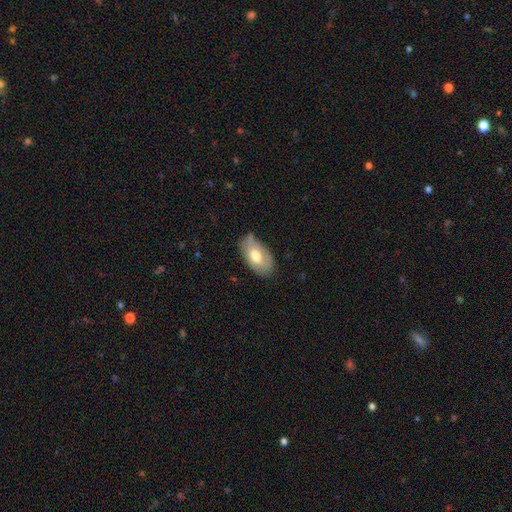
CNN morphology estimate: A smooth galaxy with no disk features (65%) that is in between round and cigar-shaped (94%). Merging: none (65%).